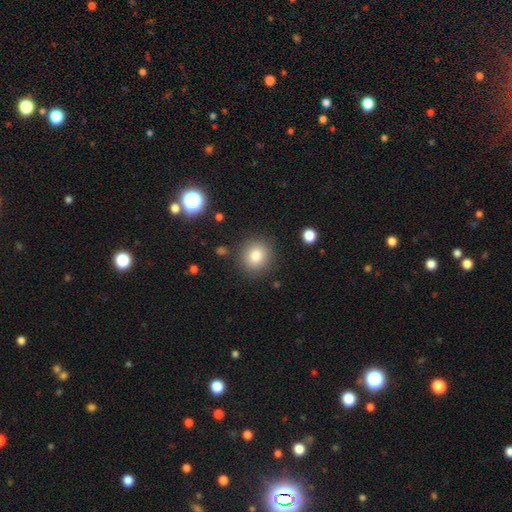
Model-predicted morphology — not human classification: Smooth or featured? Predicted: smooth (p=0.82). How rounded? Predicted: round (p=0.90). Merging? Predicted: none (p=0.87).